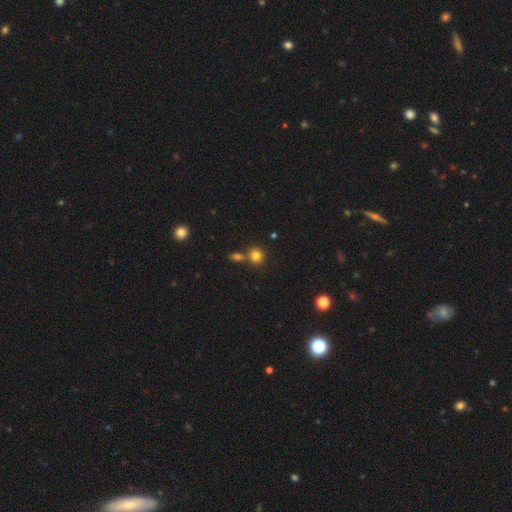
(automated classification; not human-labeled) The model was most divided on "merging": none: 65%, merger: 23%, minor disturbance: 9%, major disturbance: 3%. More confident: how rounded — round (82%); smooth or featured — smooth (80%).